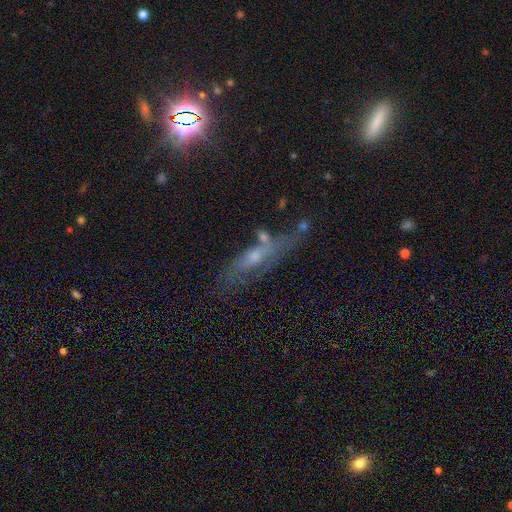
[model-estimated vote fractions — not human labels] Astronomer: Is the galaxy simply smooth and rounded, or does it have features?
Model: featured or disk — 48% (runner-up: smooth, 38%).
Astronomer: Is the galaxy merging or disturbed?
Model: none — 44% (runner-up: minor disturbance, 23%).